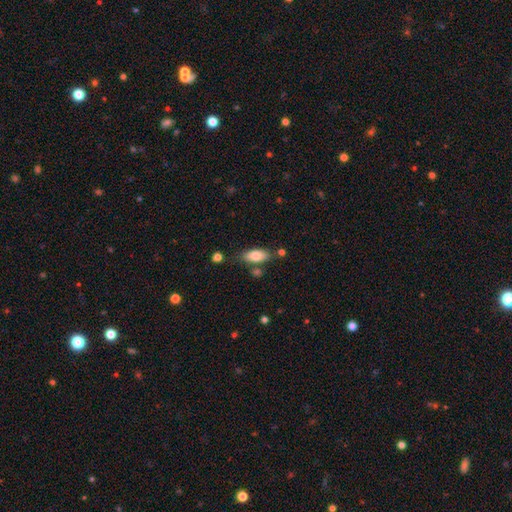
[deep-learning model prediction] This appears to be a smooth galaxy with no disk features (81%) that is in between round and cigar-shaped (84%). Merging: none (70%).